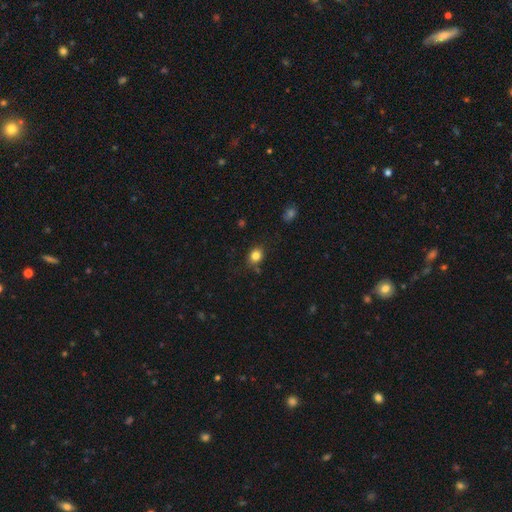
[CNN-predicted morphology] This appears to be a smooth galaxy with no disk features (83%) that is round (56%). Merging: none (78%).